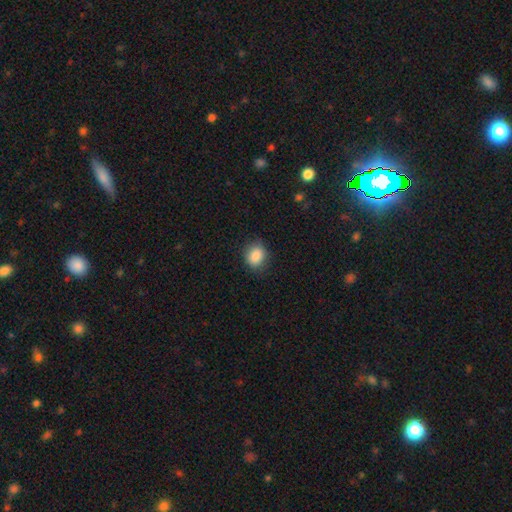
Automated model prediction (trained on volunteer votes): This appears to be a smooth galaxy with no disk features (86%) that is round (56%). Merging: none (82%).